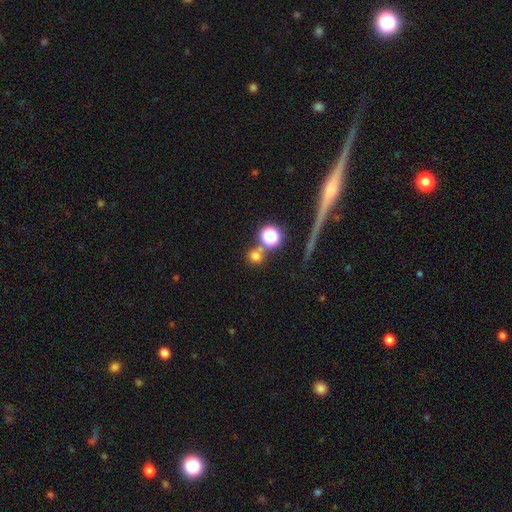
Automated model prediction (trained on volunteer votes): This is likely a smooth galaxy (68%). How rounded: clearly round (84%). Merging: likely none (66%).